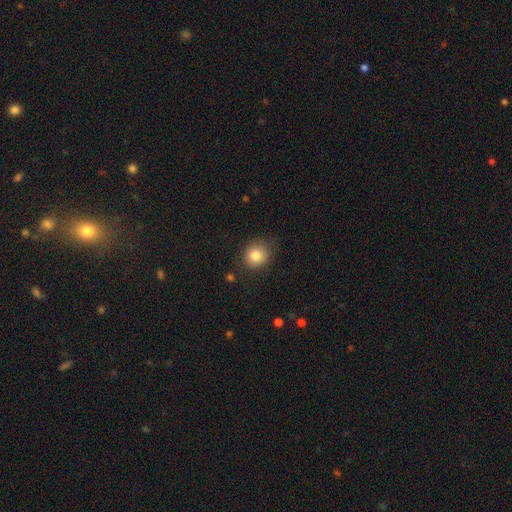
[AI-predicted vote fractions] Smooth or featured: smooth — 83% (star or artifact — 10%)
How rounded: round — 81% (in between — 18%)
Merging: none — 79% (minor disturbance — 15%)